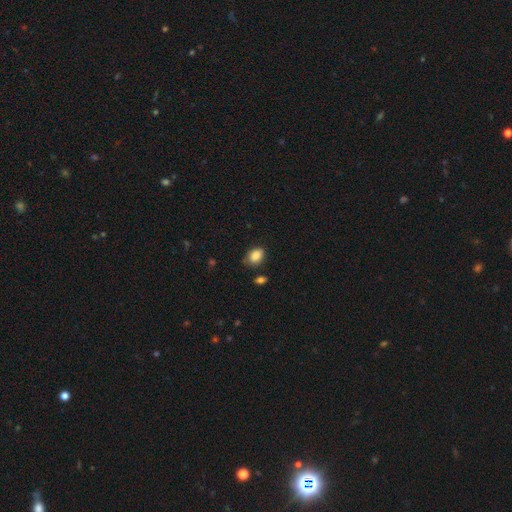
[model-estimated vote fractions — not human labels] Smooth or featured?
  - smooth: 87% *
  - star or artifact: 8%
  - featured or disk: 5%
How rounded?
  - in between: 75% *
  - round: 24%
  - cigar-shaped: 1%
Merging?
  - none: 74% *
  - minor disturbance: 19%
  - major disturbance: 4%
  - merger: 3%